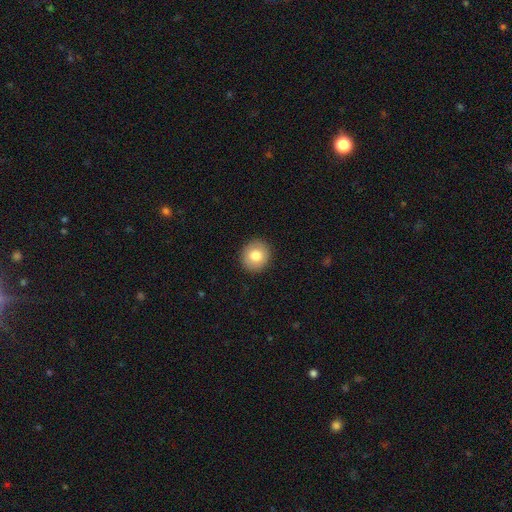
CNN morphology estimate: This appears to be a smooth galaxy with no disk features (79%) that is round (87%). Merging: none (91%).